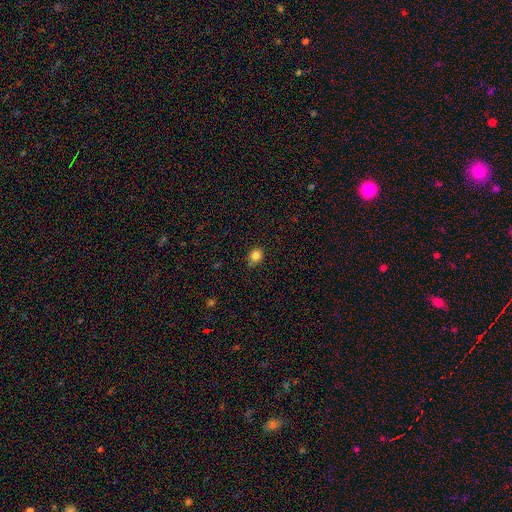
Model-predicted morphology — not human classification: This is clearly a smooth galaxy (83%). How rounded: likely round (79%). Merging: likely none (79%).